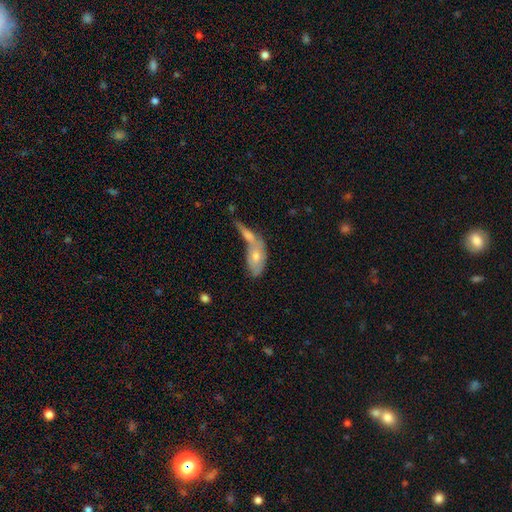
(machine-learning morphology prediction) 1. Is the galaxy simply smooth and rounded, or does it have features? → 58% smooth, 36% featured or disk, 6% star or artifact.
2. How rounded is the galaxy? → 84% in between, 11% cigar-shaped, 5% round.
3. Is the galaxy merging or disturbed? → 57% merger, 27% none, 11% minor disturbance, 5% major disturbance.